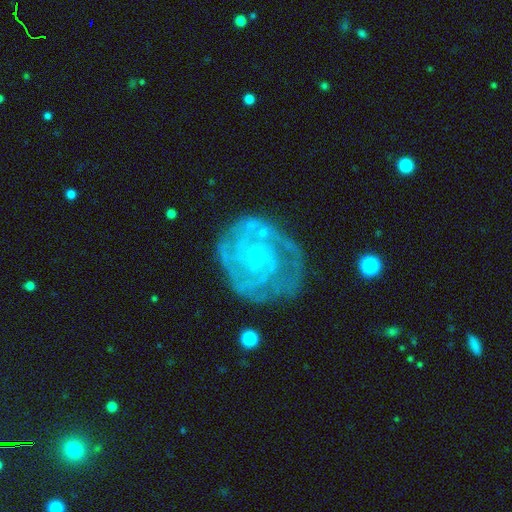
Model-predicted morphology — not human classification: Smooth or featured?
  - featured or disk: 86% *
  - smooth: 7%
  - star or artifact: 6%
Edge-on disk?
  - no: 98% *
  - yes: 2%
Bar?
  - no: 71% *
  - weak: 23%
  - strong: 6%
Spiral arms?
  - yes: 96% *
  - no: 4%
Spiral winding?
  - tight: 73% *
  - medium: 23%
  - loose: 5%
Spiral arm count?
  - 2: 26% *
  - can't tell: 25%
  - 3: 25%
  - 4: 11%
  - 1: 6%
  - more than 4: 6%
Bulge size?
  - small: 81% *
  - none: 9%
  - moderate: 8%
  - large: 1%
  - dominant: 1%
Merging?
  - none: 64% *
  - minor disturbance: 21%
  - major disturbance: 12%
  - merger: 4%